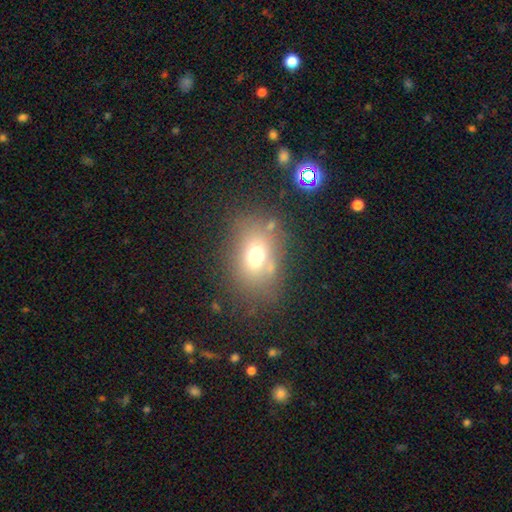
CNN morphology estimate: type=smooth (66%); roundness=in between (63%); merging=none (68%).